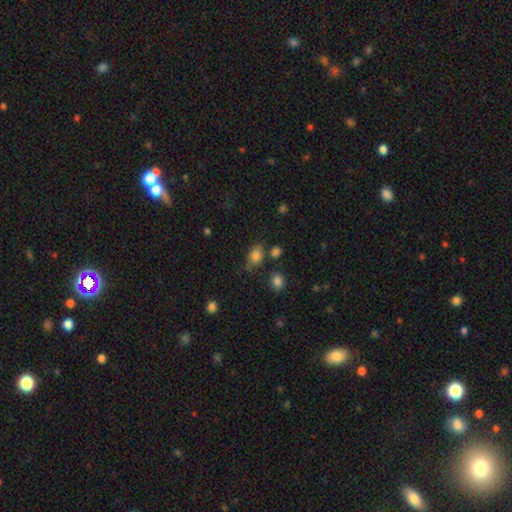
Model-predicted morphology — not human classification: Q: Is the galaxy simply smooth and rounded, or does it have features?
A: smooth — 80%.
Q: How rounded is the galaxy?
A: in between — 64%.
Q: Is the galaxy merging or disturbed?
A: none — 59%.